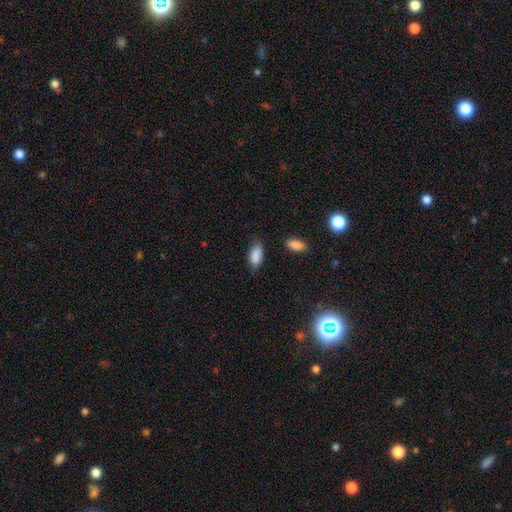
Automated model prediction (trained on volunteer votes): Q: Smooth or featured?
A: smooth (89%); runner-up: star or artifact (7%)
Q: How rounded?
A: in between (89%); runner-up: cigar-shaped (8%)
Q: Merging?
A: none (78%); runner-up: minor disturbance (16%)